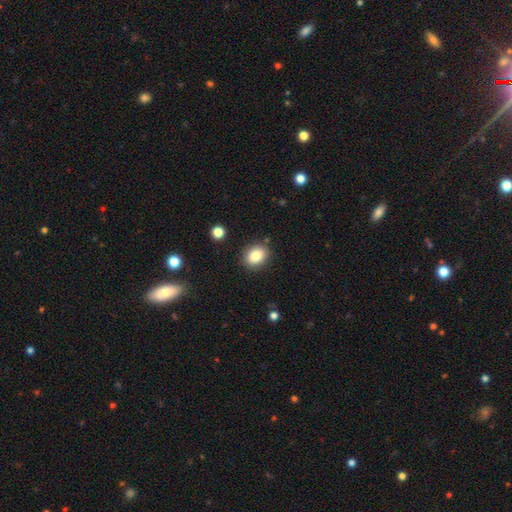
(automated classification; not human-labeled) Morphology: type=smooth (85%); roundness=in between (59%); merging=none (86%).